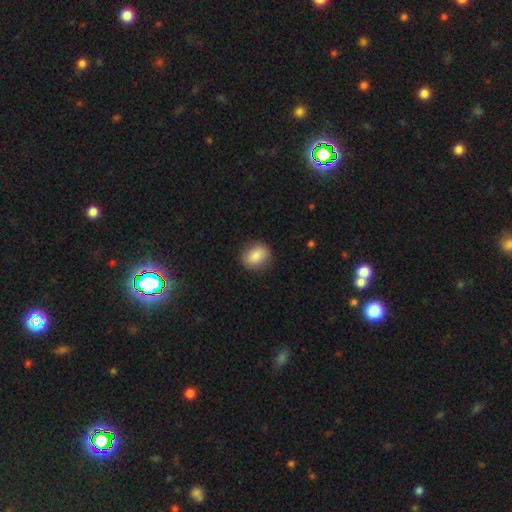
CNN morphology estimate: Q: Smooth or featured?
A: smooth (85%); runner-up: star or artifact (8%)
Q: How rounded?
A: round (60%); runner-up: in between (39%)
Q: Merging?
A: none (87%); runner-up: minor disturbance (10%)